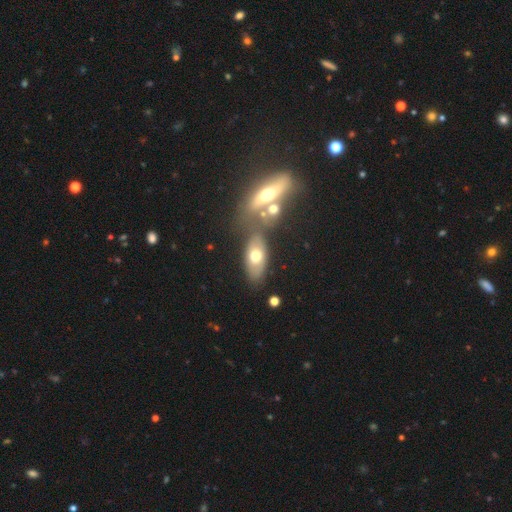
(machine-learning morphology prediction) This is possibly a smooth galaxy (60%). How rounded: clearly in between (85%). Merging: likely none (61%).